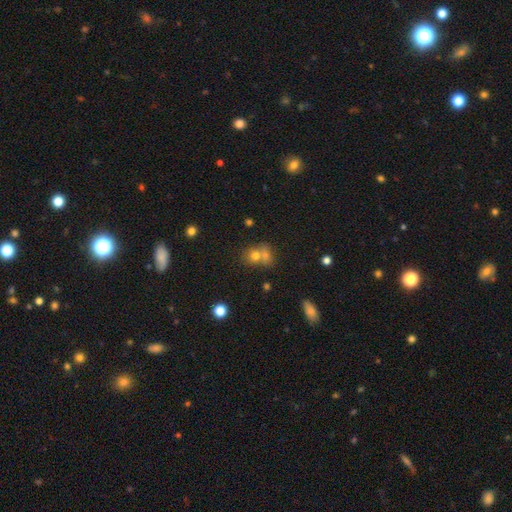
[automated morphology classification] This appears to be a smooth galaxy with no disk features (71%) that is round (67%). Merging: merger (49%).